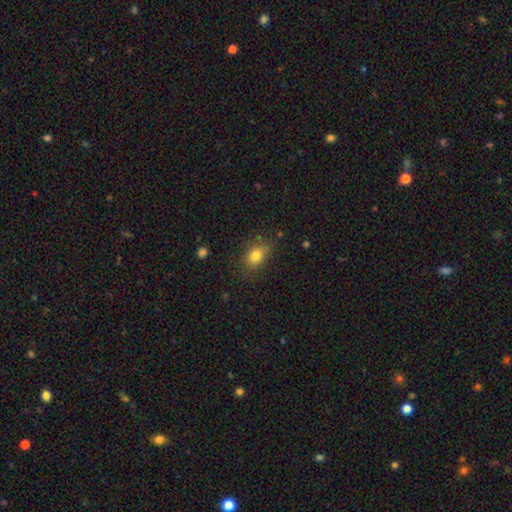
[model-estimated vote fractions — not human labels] Smooth or featured?
  - smooth: 80% *
  - star or artifact: 11%
  - featured or disk: 9%
How rounded?
  - in between: 67% *
  - round: 32%
  - cigar-shaped: 2%
Merging?
  - none: 77% *
  - minor disturbance: 16%
  - major disturbance: 5%
  - merger: 2%